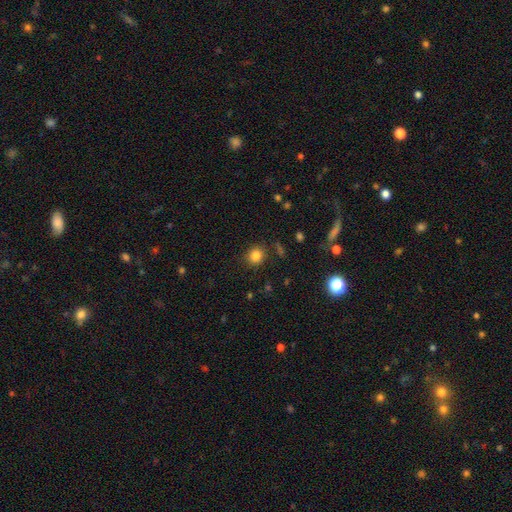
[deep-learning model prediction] This is clearly a smooth galaxy (82%). How rounded: clearly round (84%). Merging: clearly none (87%).